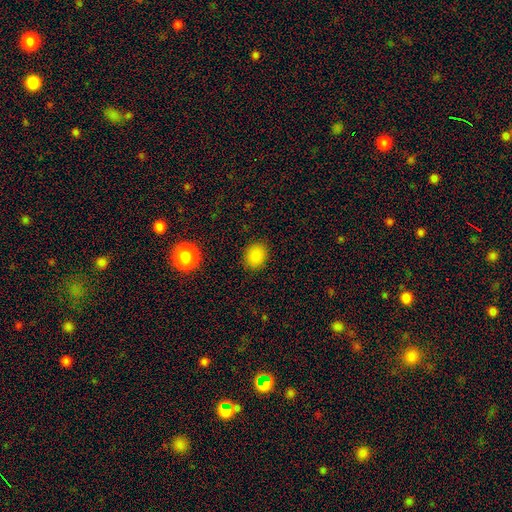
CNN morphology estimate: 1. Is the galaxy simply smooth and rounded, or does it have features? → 84% smooth, 12% star or artifact, 4% featured or disk.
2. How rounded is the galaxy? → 60% round, 39% in between, 1% cigar-shaped.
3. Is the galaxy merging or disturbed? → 88% none, 8% minor disturbance, 3% major disturbance, 1% merger.